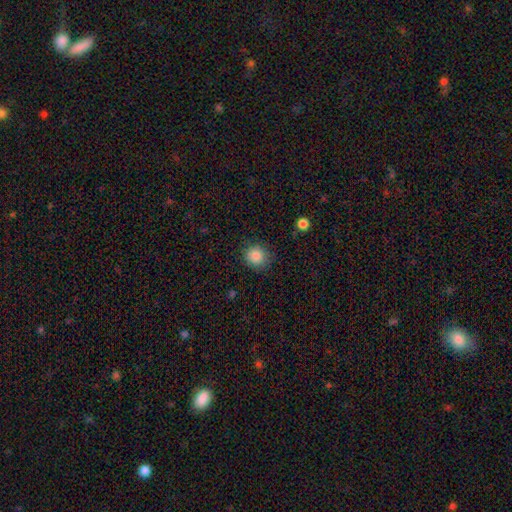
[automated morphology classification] A smooth galaxy with no disk features (86%) that is round (86%).

Vote fractions:
- Smooth or featured? smooth: 86% / star or artifact: 10% / featured or disk: 4%
- How rounded? round: 86% / in between: 13% / cigar-shaped: 1%
- Merging? none: 85% / minor disturbance: 11% / major disturbance: 3% / merger: 1%